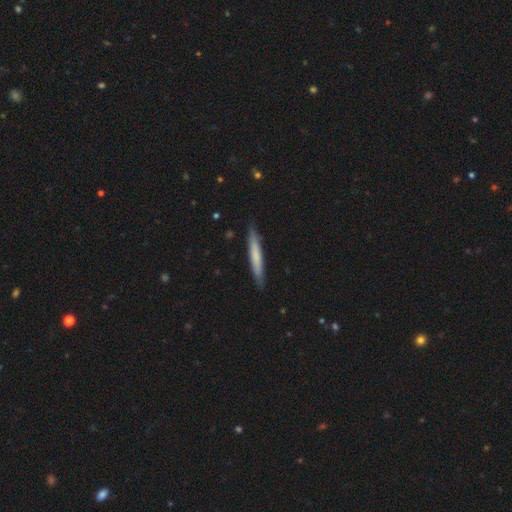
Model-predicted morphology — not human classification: smooth_or_featured: smooth (p=0.64) [alt: featured or disk p=0.31]
how_rounded: cigar-shaped (p=0.96) [alt: in between p=0.03]
merging: none (p=0.88) [alt: minor disturbance p=0.09]